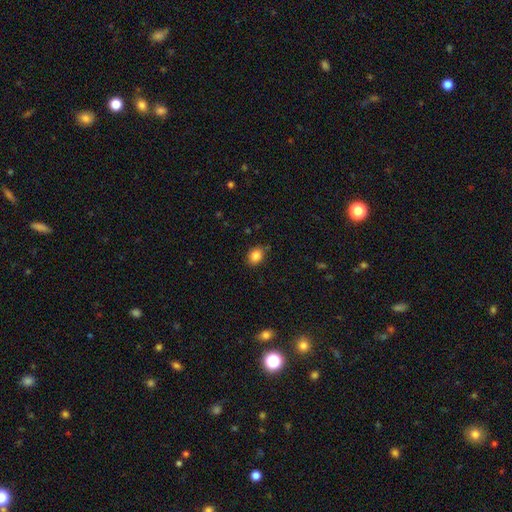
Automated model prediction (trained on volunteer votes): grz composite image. It shows a smooth galaxy with no disk features (85%) that is round (51%). Merging: none (79%).